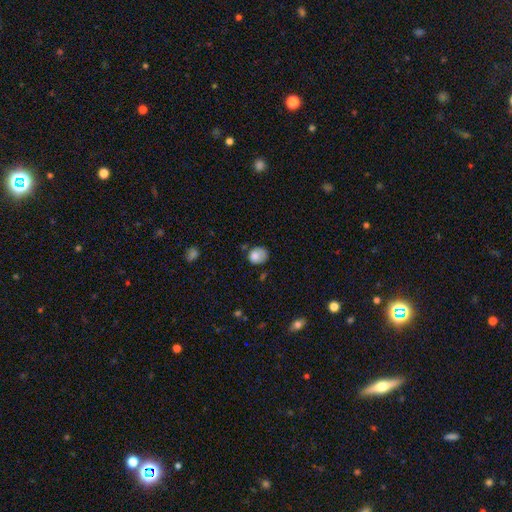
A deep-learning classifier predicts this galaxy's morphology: A smooth galaxy with no disk features (80%) that is round (64%).

Vote fractions:
- Smooth or featured? smooth: 80% / featured or disk: 11% / star or artifact: 9%
- How rounded? round: 64% / in between: 35% / cigar-shaped: 1%
- Merging? none: 52% / minor disturbance: 31% / major disturbance: 12% / merger: 4%